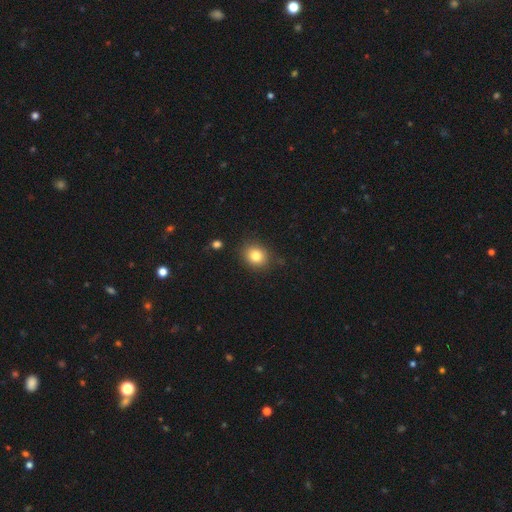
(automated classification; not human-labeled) Morphology: type=smooth (81%); roundness=round (71%); merging=none (85%).